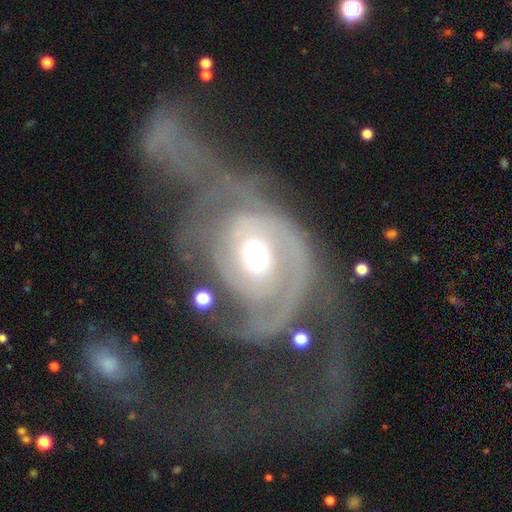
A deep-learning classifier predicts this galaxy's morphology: smooth-or-featured: featured or disk: 82% | smooth: 12% | star or artifact: 6%
  disk-edge-on: no: 97% | yes: 3%
    bar: no: 73% | weak: 20% | strong: 7%
    has-spiral-arms: yes: 77% | no: 23%
      spiral-winding: tight: 39% | medium: 33% | loose: 28%
      spiral-arm-count: 2: 38% | can't tell: 30% | 1: 17% | 3: 7% | 4: 4% | more than 4: 4%
    bulge-size: moderate: 70% | large: 14% | small: 12% | dominant: 2% | none: 1%
  merging: major disturbance: 58% | merger: 19% | none: 13% | minor disturbance: 10%